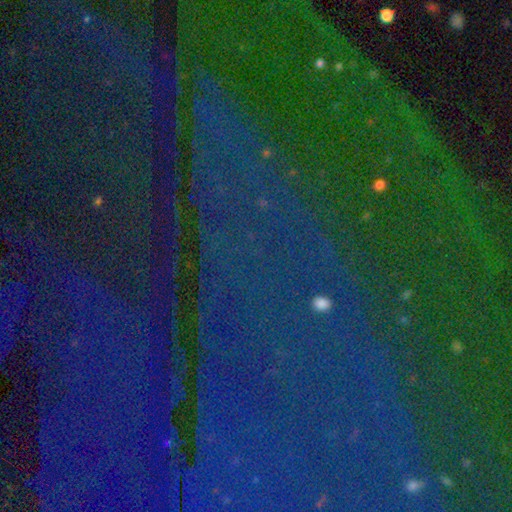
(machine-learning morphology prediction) smooth-or-featured: star or artifact: 86% | smooth: 7% | featured or disk: 7%